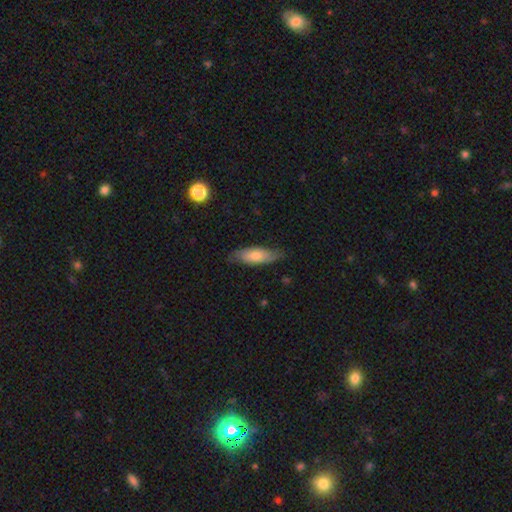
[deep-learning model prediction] Overall: smooth (66%; featured or disk 28%). How rounded: in between (65%; cigar-shaped 33%). Merging: none (74%).